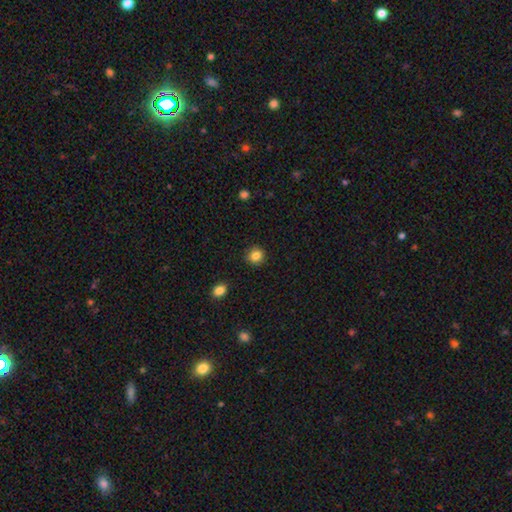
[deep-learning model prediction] smooth 84%, star or artifact 11%, featured or disk 5%. Down the decision tree: how rounded — round (89%); merging — none (89%).